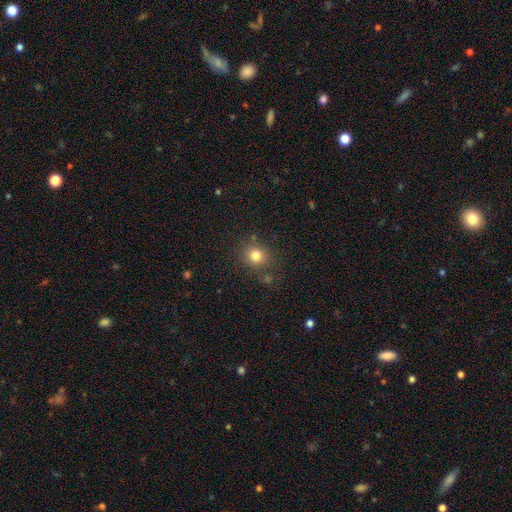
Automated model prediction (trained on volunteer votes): Morphology: type=smooth (79%); roundness=round (78%); merging=none (76%).